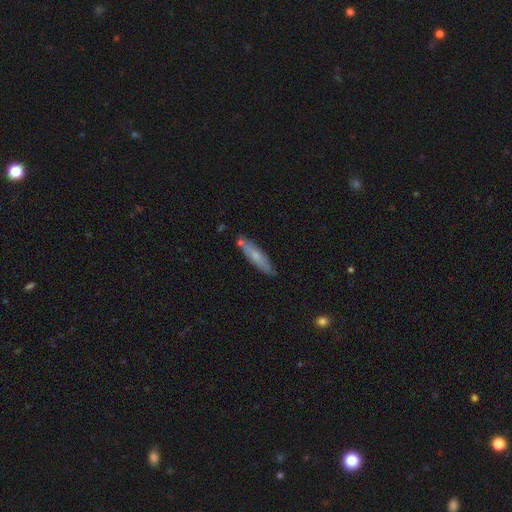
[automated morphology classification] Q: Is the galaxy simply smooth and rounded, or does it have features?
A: smooth — 61%.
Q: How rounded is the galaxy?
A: cigar-shaped — 83%.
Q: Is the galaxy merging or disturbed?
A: none — 76%.